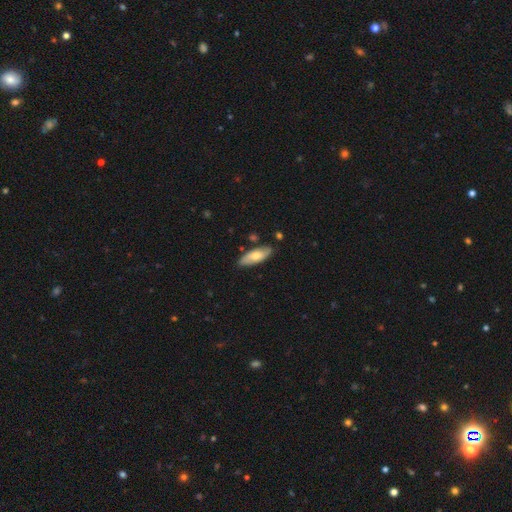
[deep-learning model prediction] This appears to be a smooth galaxy with no disk features (60%) that is in between round and cigar-shaped (73%). Merging: none (83%).